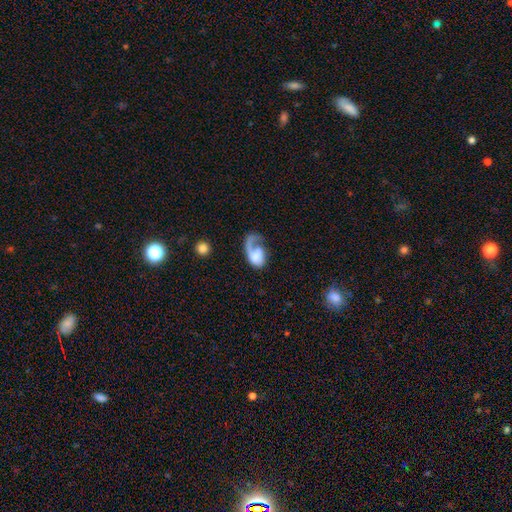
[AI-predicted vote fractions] Smooth or featured?
  - featured or disk: 57% *
  - smooth: 36%
  - star or artifact: 7%
Edge-on disk?
  - no: 98% *
  - yes: 2%
Bar?
  - no: 77% *
  - weak: 18%
  - strong: 5%
Spiral arms?
  - yes: 83% *
  - no: 17%
Bulge size?
  - none: 35% *
  - small: 19%
  - large: 19%
  - moderate: 19%
  - dominant: 8%
Merging?
  - major disturbance: 48% *
  - none: 29%
  - minor disturbance: 16%
  - merger: 8%